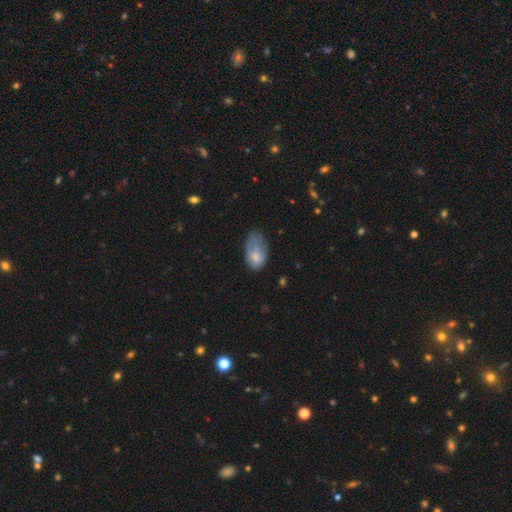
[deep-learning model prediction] Smooth or featured? smooth (72%)
How rounded? in between (91%)
Merging? minor disturbance (41%)